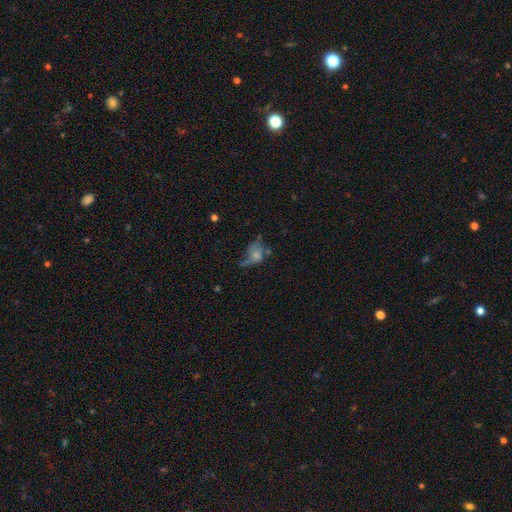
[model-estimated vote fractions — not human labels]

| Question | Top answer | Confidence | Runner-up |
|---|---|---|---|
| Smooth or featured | smooth | 45% | featured or disk (38%) |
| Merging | major disturbance | 38% | none (29%) |